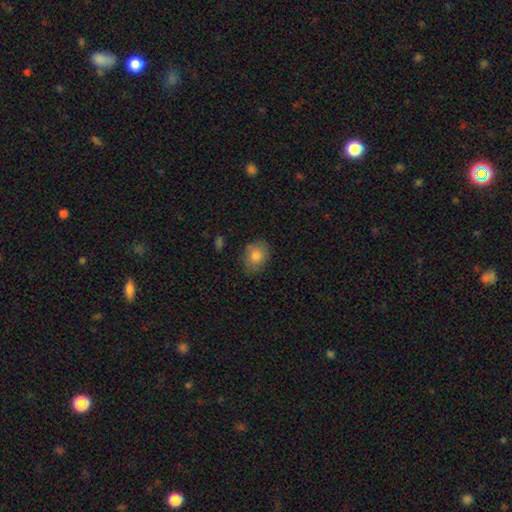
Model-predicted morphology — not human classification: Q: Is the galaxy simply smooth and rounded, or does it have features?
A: smooth — 79%.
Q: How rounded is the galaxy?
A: in between — 53%.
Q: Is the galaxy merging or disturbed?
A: none — 75%.